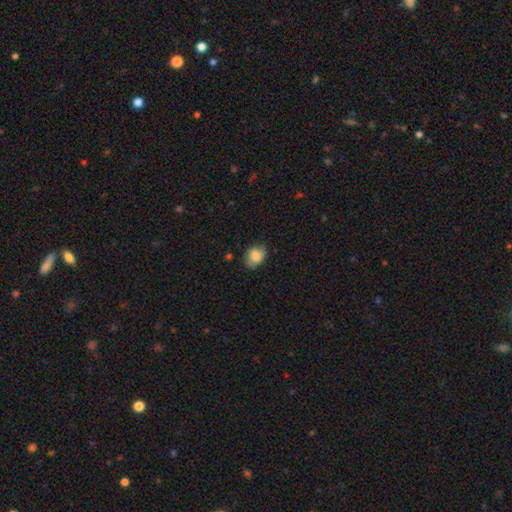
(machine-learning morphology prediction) The model was most divided on "how rounded": in between: 68%, round: 31%, cigar-shaped: 1%. More confident: smooth or featured — smooth (82%); merging — none (71%).